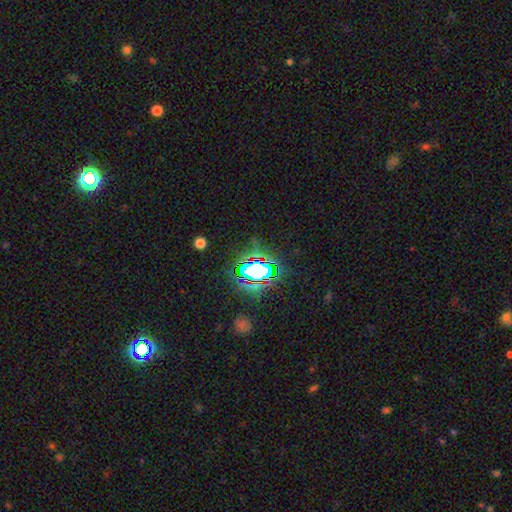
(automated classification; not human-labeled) smooth_or_featured: star or artifact (p=0.75) [alt: smooth p=0.16]